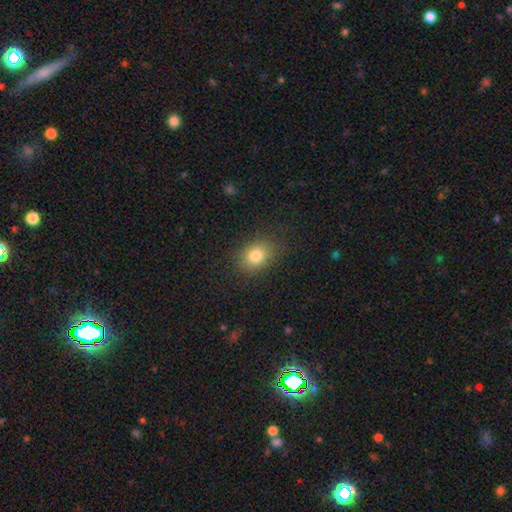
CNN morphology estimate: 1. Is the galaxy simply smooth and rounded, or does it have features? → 80% smooth, 12% star or artifact, 9% featured or disk.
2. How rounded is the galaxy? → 59% in between, 40% round, 1% cigar-shaped.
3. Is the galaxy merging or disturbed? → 82% none, 12% minor disturbance, 4% major disturbance, 1% merger.